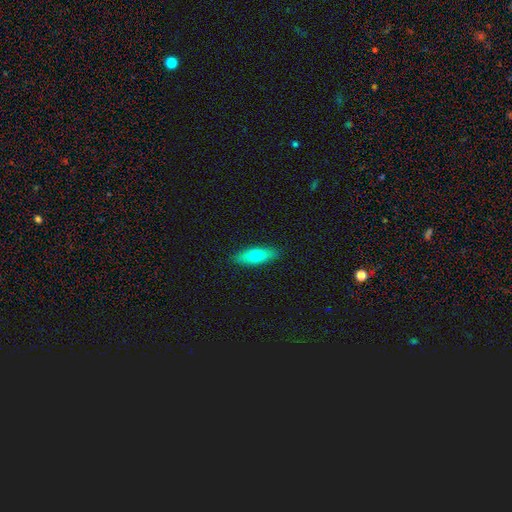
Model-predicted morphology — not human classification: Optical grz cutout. It shows a smooth galaxy with no disk features (71%) that is in between round and cigar-shaped (55%). Merging: none (89%).